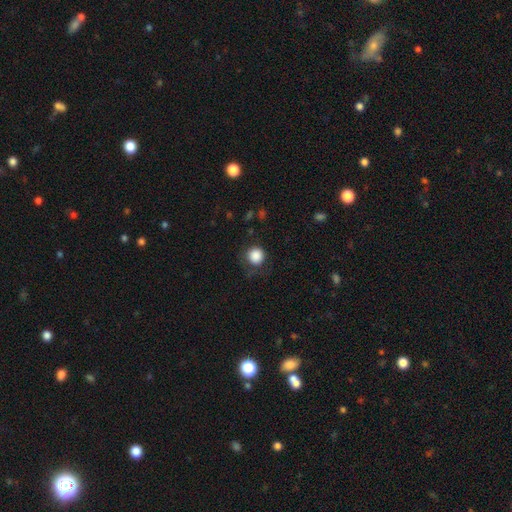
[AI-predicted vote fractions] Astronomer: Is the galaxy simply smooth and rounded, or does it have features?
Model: smooth — 87%.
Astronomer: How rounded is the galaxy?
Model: round — 93%.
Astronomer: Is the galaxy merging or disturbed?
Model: none — 72%.